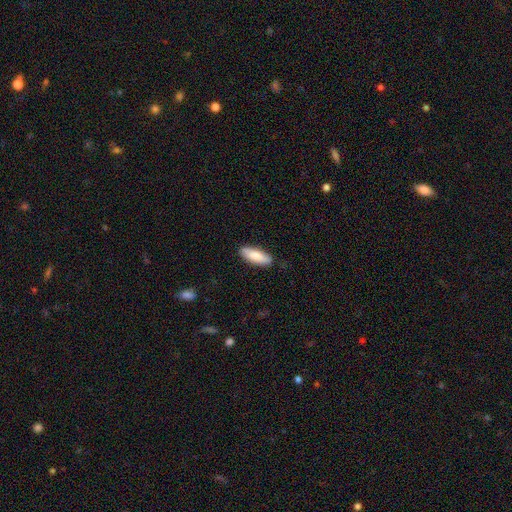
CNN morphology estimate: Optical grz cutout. It shows a smooth galaxy with no disk features (85%) that is in between round and cigar-shaped (62%). Merging: none (85%).